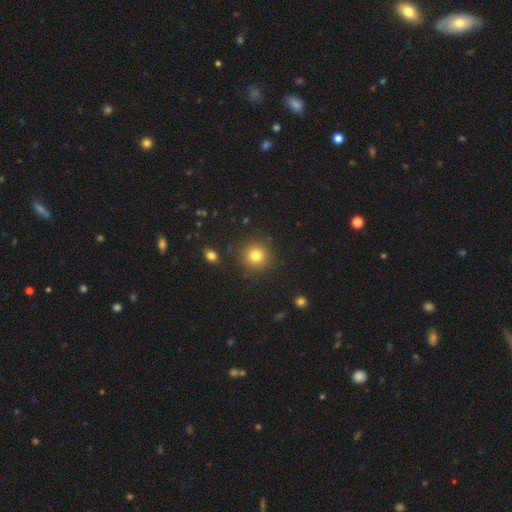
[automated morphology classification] type=smooth (81%); roundness=round (93%); merging=none (90%).